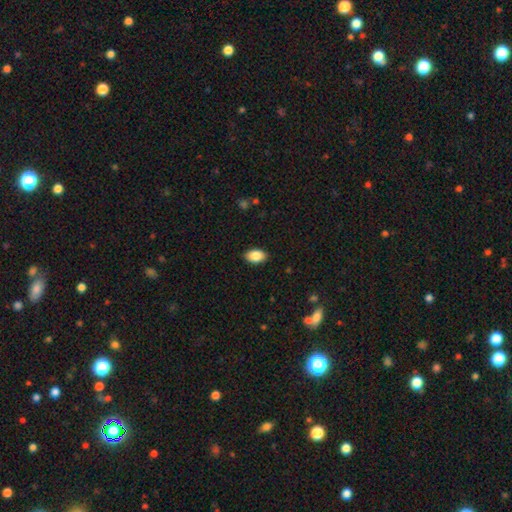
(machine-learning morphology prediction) Smooth or featured? Predicted: smooth (p=0.86). How rounded? Predicted: in between (p=0.90). Merging? Predicted: none (p=0.88).